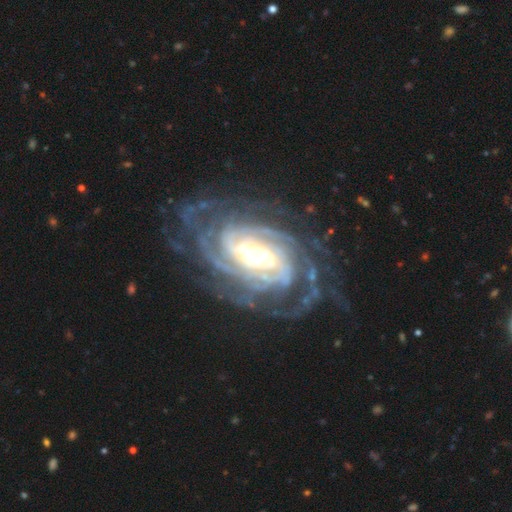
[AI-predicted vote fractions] smooth_or_featured: featured or disk (p=0.92) [alt: star or artifact p=0.05]
disk_edge_on: no (p=0.97) [alt: yes p=0.03]
bar: no (p=0.44) [alt: weak p=0.29]
has_spiral_arms: yes (p=0.98) [alt: no p=0.02]
spiral_winding: tight (p=0.69) [alt: medium p=0.26]
spiral_arm_count: more than 4 (p=0.22) [alt: 4 p=0.21]
bulge_size: moderate (p=0.54) [alt: large p=0.31]
merging: none (p=0.69) [alt: minor disturbance p=0.17]